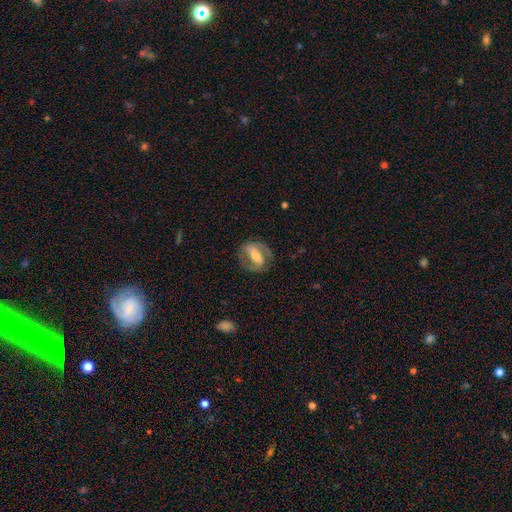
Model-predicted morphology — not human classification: The model was most divided on "bulge size": moderate: 51%, small: 35%, large: 9%, none: 3%, dominant: 2%. More confident: edge-on disk — no (89%); merging — none (71%); smooth or featured — featured or disk (69%); spiral arms — yes (63%); bar — strong (62%).